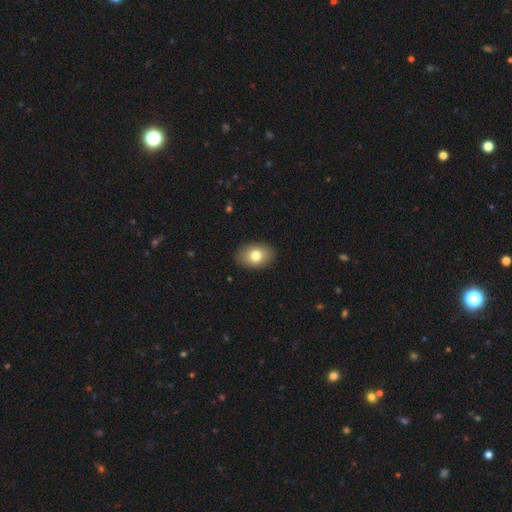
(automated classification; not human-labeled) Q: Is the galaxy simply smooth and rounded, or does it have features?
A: smooth — 79%.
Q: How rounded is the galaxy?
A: in between — 80%.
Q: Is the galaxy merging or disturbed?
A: none — 89%.